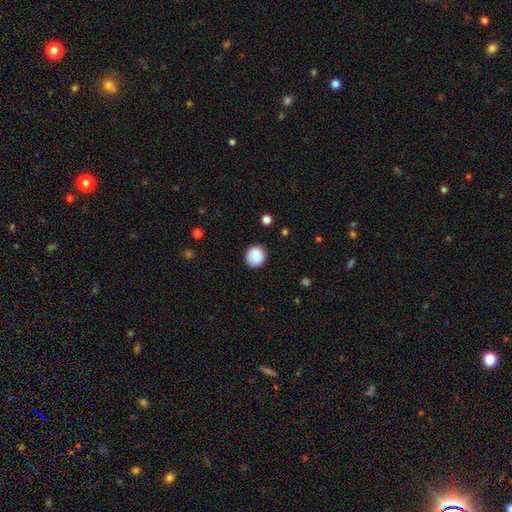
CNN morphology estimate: type=smooth (88%); roundness=round (88%); merging=none (88%).